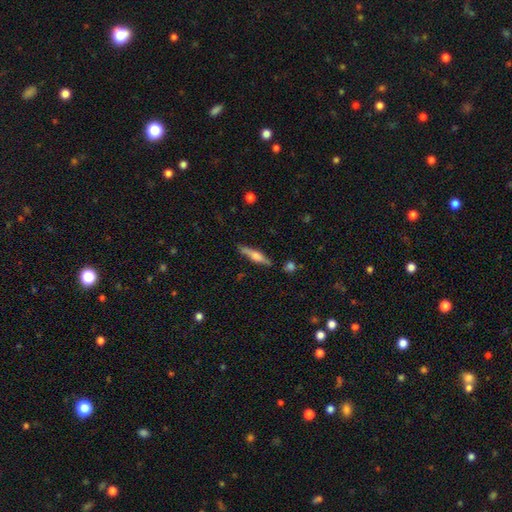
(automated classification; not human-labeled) Smooth or featured? featured or disk (59%)
Edge-on disk? yes (96%)
Edge-on bulge? rounded (67%)
Merging? none (84%)